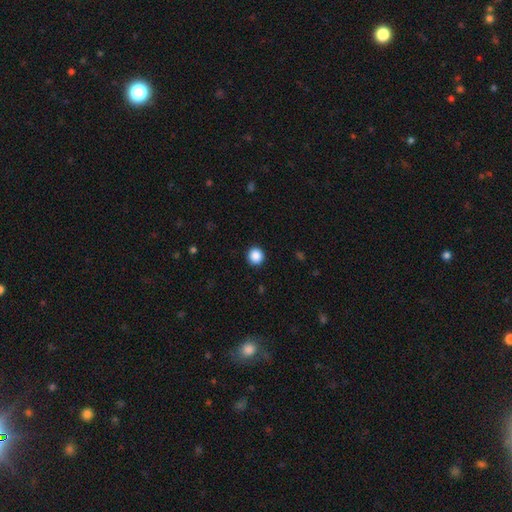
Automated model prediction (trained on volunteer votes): Smooth or featured?
  - smooth: 88% *
  - star or artifact: 9%
  - featured or disk: 2%
How rounded?
  - round: 94% *
  - in between: 5%
  - cigar-shaped: 1%
Merging?
  - none: 92% *
  - minor disturbance: 5%
  - major disturbance: 2%
  - merger: 1%